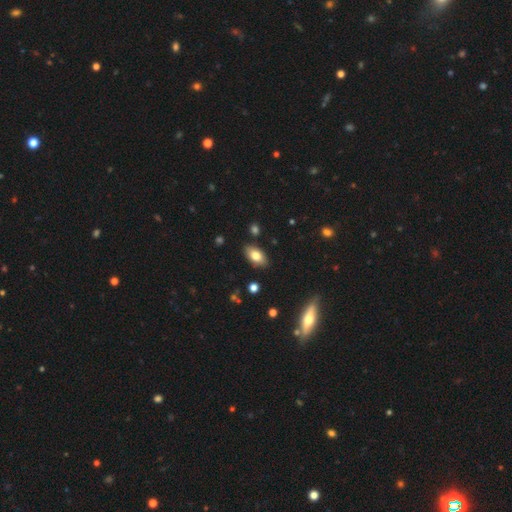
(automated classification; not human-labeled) Smooth or featured: smooth — 78% (featured or disk — 14%)
How rounded: in between — 92% (round — 4%)
Merging: none — 85% (minor disturbance — 10%)